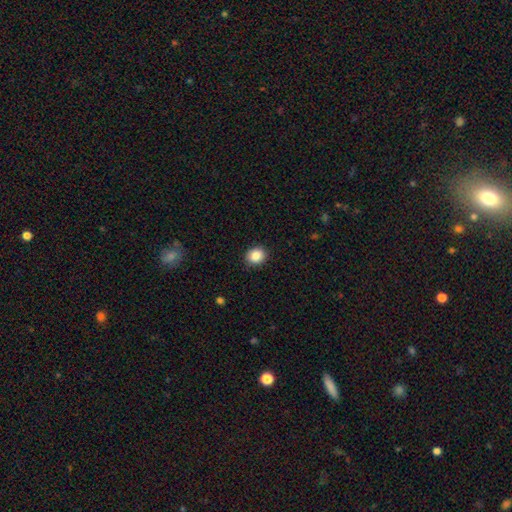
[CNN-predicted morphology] A smooth galaxy with no disk features (86%) that is round (70%). Merging: none (90%).